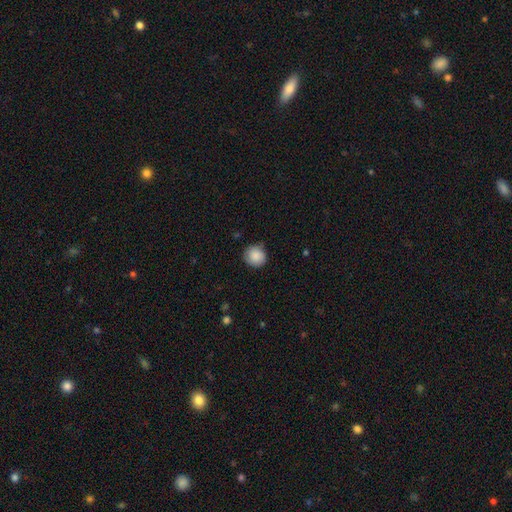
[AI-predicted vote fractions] Smooth or featured? smooth (87%)
How rounded? round (90%)
Merging? none (80%)